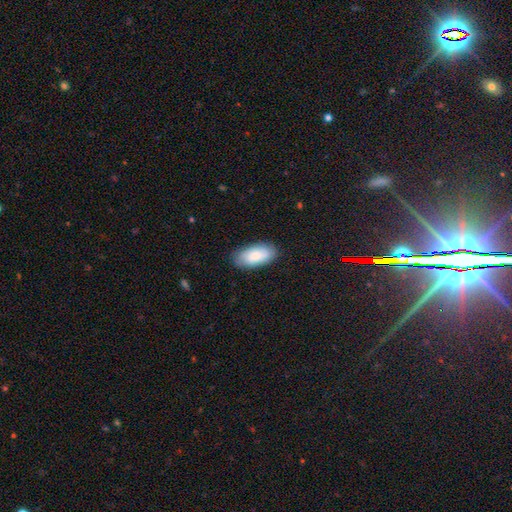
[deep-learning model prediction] Smooth or featured?
  - smooth: 82% *
  - featured or disk: 12%
  - star or artifact: 6%
How rounded?
  - in between: 92% *
  - cigar-shaped: 6%
  - round: 2%
Merging?
  - none: 83% *
  - minor disturbance: 14%
  - major disturbance: 3%
  - merger: 1%